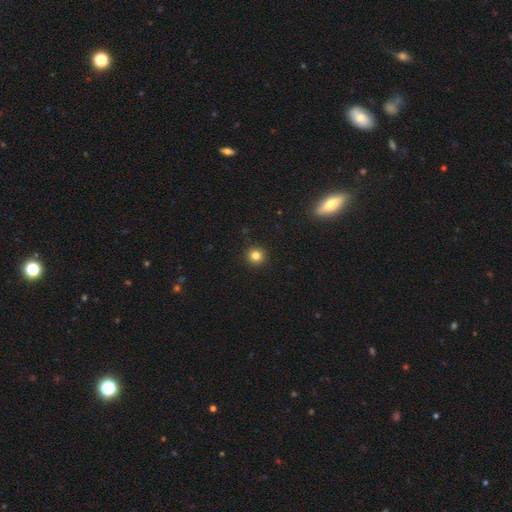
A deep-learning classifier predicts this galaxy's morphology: smooth-or-featured: smooth: 83% | star or artifact: 12% | featured or disk: 5%
  how-rounded: round: 94% | in between: 5% | cigar-shaped: 1%
  merging: none: 93% | minor disturbance: 4% | major disturbance: 2% | merger: 1%